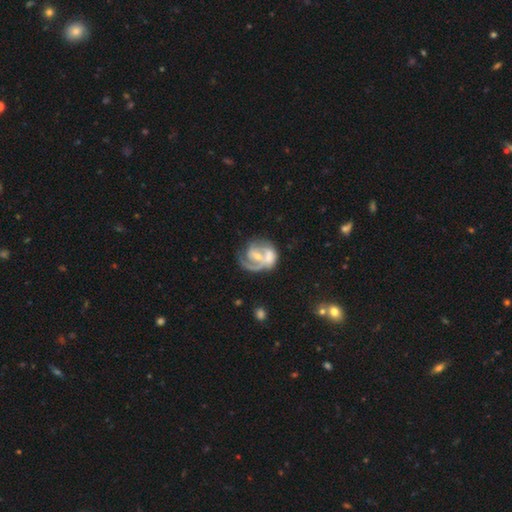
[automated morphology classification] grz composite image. It shows a featured or disk galaxy (78%) with no bar (52%), 1 (42%) tight (42%) spiral arms (85%) and a small central bulge (45%). Merging: none (35%).